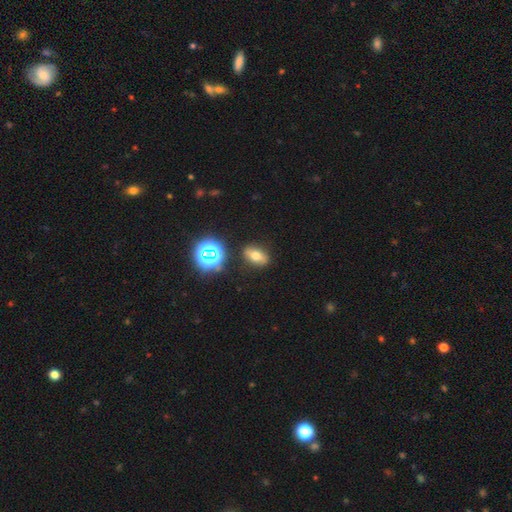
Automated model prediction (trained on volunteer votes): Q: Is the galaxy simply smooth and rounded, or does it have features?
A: smooth — 59%.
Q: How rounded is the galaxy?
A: in between — 75%.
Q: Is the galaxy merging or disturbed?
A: none — 84%.